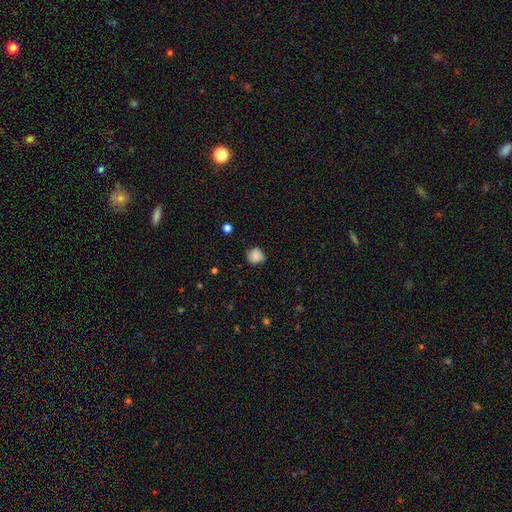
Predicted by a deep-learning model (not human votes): smooth-or-featured: smooth: 71% | featured or disk: 19% | star or artifact: 10%
  how-rounded: round: 81% | in between: 18% | cigar-shaped: 1%
  merging: none: 70% | minor disturbance: 23% | major disturbance: 5% | merger: 1%